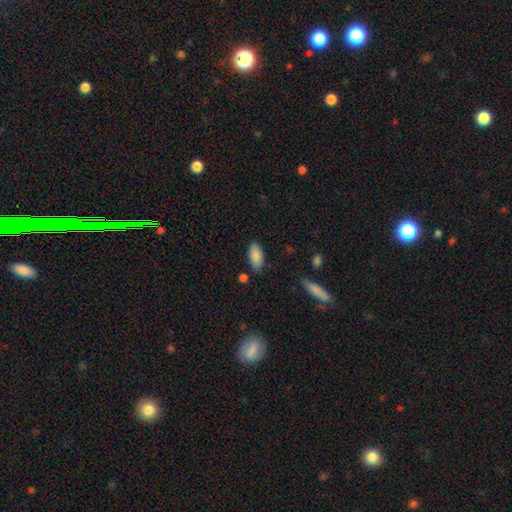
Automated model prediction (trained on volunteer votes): smooth-or-featured: smooth: 86% | featured or disk: 7% | star or artifact: 7%
  how-rounded: in between: 91% | cigar-shaped: 7% | round: 2%
  merging: none: 81% | minor disturbance: 13% | major disturbance: 3% | merger: 3%